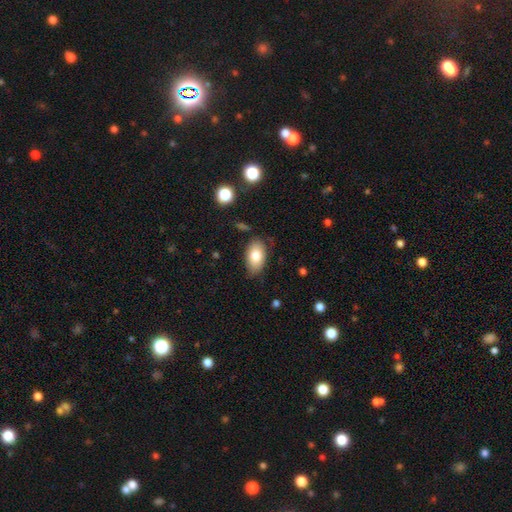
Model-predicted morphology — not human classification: Q: Smooth or featured?
A: smooth (78%); runner-up: featured or disk (14%)
Q: How rounded?
A: in between (93%); runner-up: round (5%)
Q: Merging?
A: none (79%); runner-up: minor disturbance (16%)